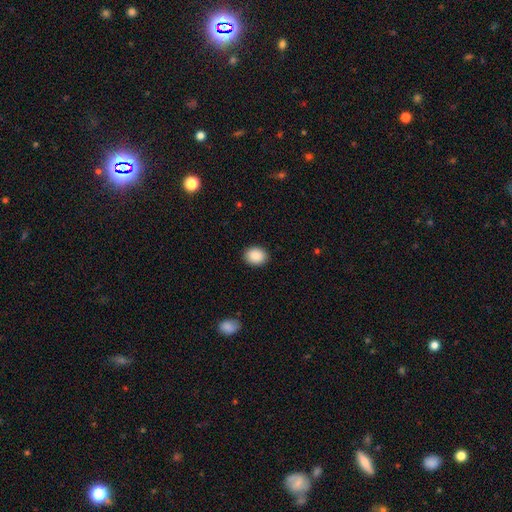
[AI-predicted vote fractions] Smooth or featured?
  - smooth: 90% *
  - star or artifact: 8%
  - featured or disk: 3%
How rounded?
  - in between: 51% *
  - round: 48%
  - cigar-shaped: 1%
Merging?
  - none: 91% *
  - minor disturbance: 7%
  - major disturbance: 2%
  - merger: 1%